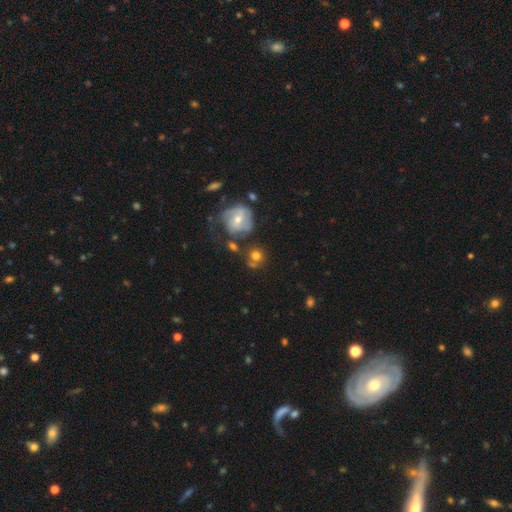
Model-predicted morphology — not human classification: This is likely a smooth galaxy (65%). How rounded: clearly round (87%). Merging: possibly none (59%).